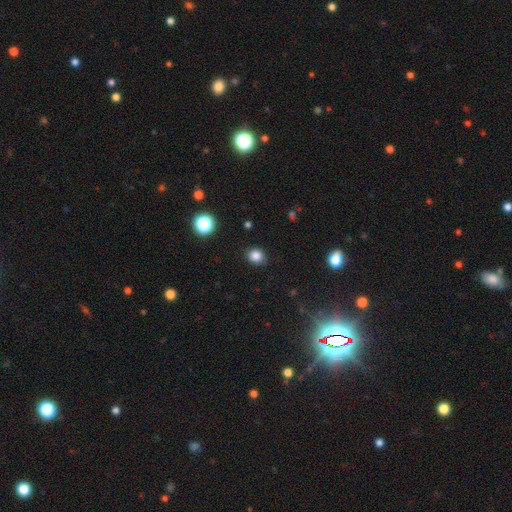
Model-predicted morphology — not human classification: Smooth or featured: smooth — 84% (star or artifact — 12%)
How rounded: round — 73% (in between — 26%)
Merging: none — 86% (minor disturbance — 11%)